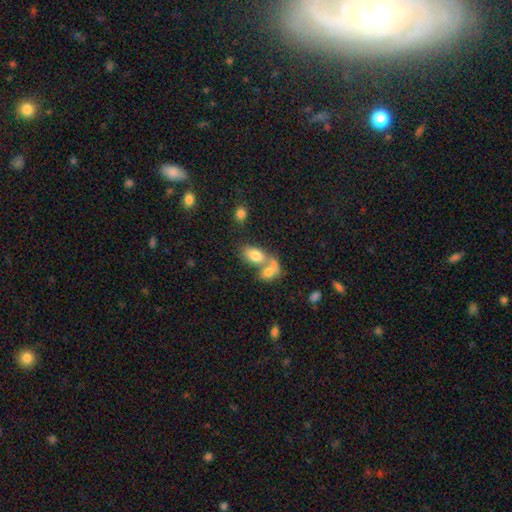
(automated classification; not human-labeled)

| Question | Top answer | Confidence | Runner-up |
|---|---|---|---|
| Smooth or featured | smooth | 76% | featured or disk (15%) |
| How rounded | in between | 88% | round (10%) |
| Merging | merger | 56% | none (30%) |